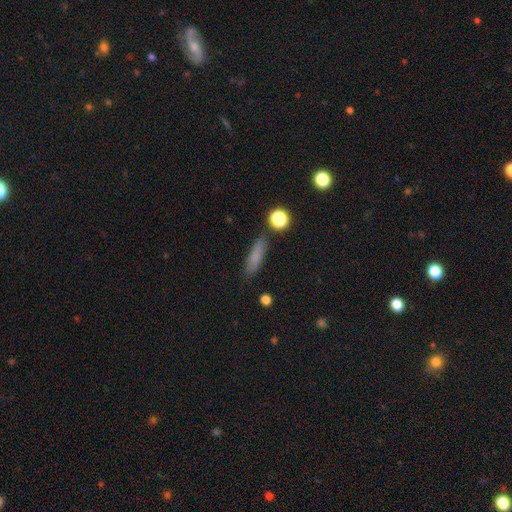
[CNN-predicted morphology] smooth 79%, featured or disk 11%, star or artifact 10%. Down the decision tree: how rounded — cigar-shaped (68%); merging — none (83%).